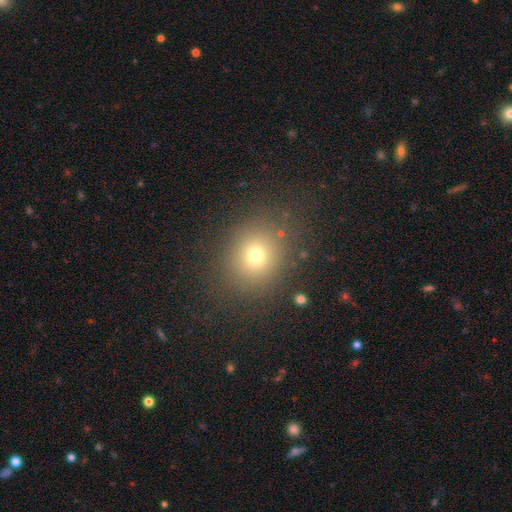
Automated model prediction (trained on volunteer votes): Morphology: type=smooth (71%); roundness=round (75%); merging=none (84%).